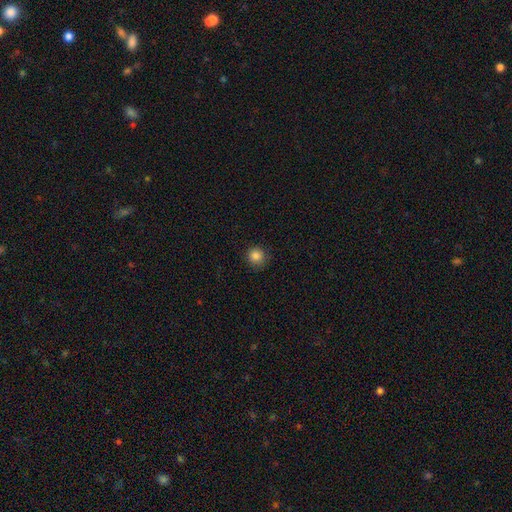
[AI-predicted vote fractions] Smooth or featured: smooth — 85% (star or artifact — 11%)
How rounded: round — 93% (in between — 6%)
Merging: none — 86% (minor disturbance — 10%)